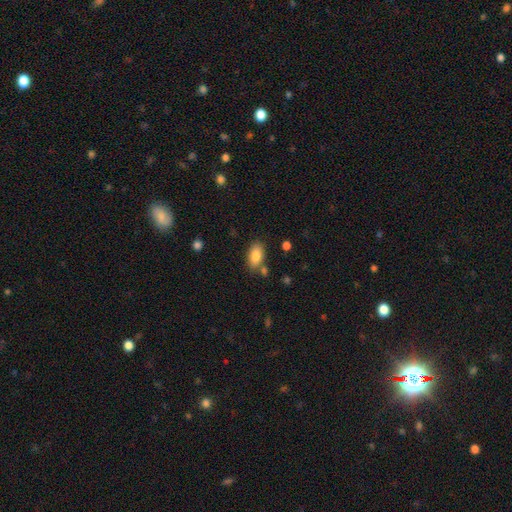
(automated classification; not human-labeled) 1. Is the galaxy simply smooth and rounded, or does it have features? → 85% smooth, 8% featured or disk, 8% star or artifact.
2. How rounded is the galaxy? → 92% in between, 5% round, 3% cigar-shaped.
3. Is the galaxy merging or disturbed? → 74% none, 14% minor disturbance, 9% merger, 3% major disturbance.